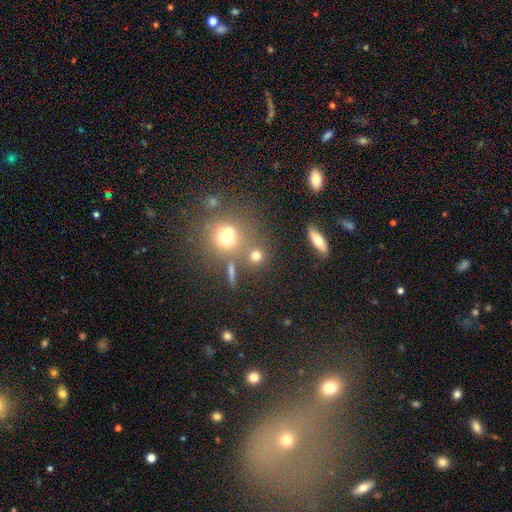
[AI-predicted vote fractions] Overall: smooth (67%). How rounded: round (82%). Merging: none (66%).